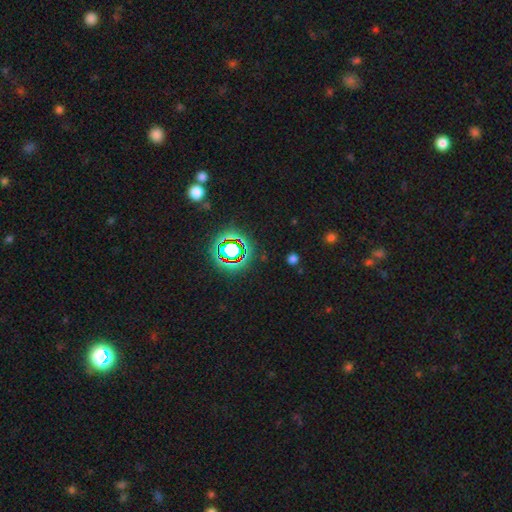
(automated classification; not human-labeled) Smooth or featured? Predicted: star or artifact (p=0.76).